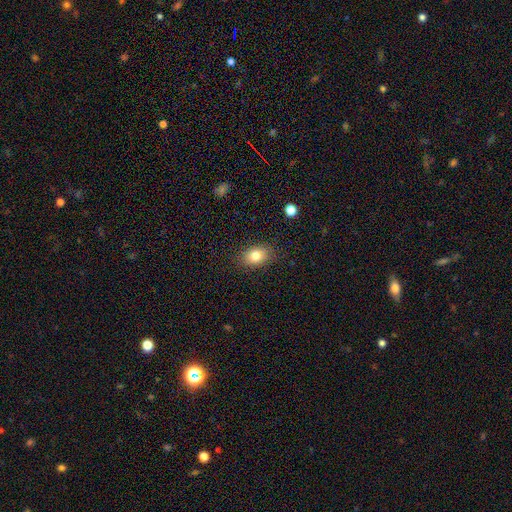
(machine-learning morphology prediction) A smooth galaxy with no disk features (81%) that is in between round and cigar-shaped (75%).

Vote fractions:
- Smooth or featured? smooth: 81% / star or artifact: 10% / featured or disk: 9%
- How rounded? in between: 75% / round: 24% / cigar-shaped: 1%
- Merging? none: 85% / minor disturbance: 11% / major disturbance: 3% / merger: 1%